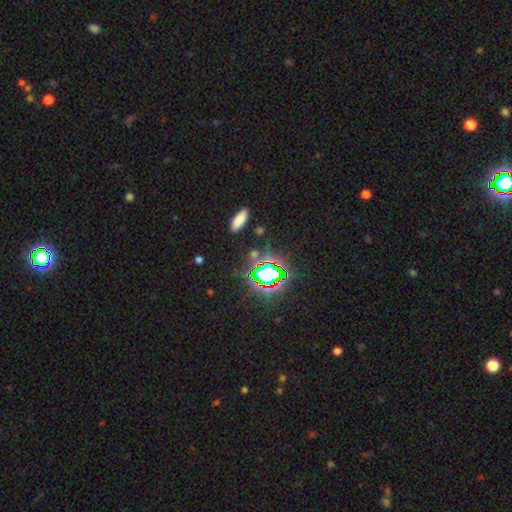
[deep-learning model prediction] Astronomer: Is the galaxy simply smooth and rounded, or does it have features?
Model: star or artifact — 63%.